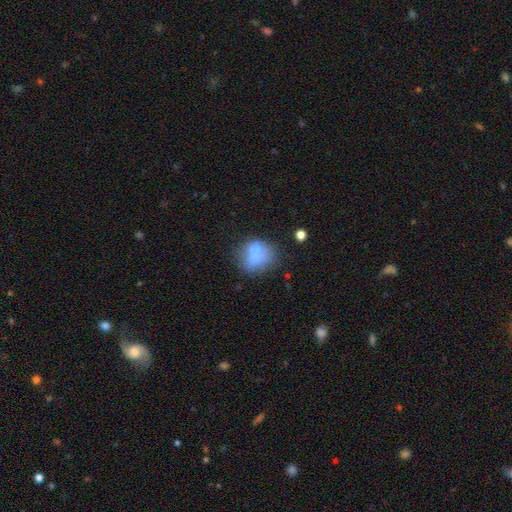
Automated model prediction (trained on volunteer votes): Smooth or featured? Predicted: smooth (p=0.69). How rounded? Predicted: round (p=0.63). Merging? Predicted: none (p=0.48).